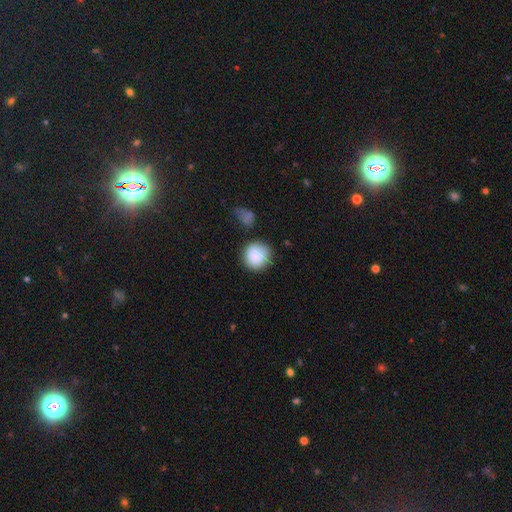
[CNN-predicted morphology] Smooth or featured? Predicted: smooth (p=0.87). How rounded? Predicted: round (p=0.89). Merging? Predicted: none (p=0.74).